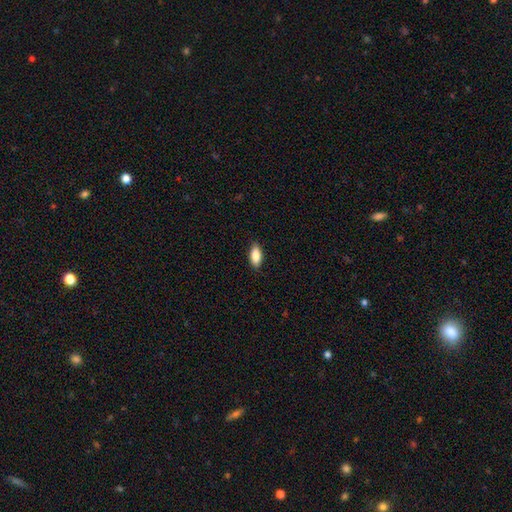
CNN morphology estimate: Q: Smooth or featured?
A: smooth (84%); runner-up: featured or disk (10%)
Q: How rounded?
A: in between (87%); runner-up: cigar-shaped (10%)
Q: Merging?
A: none (88%); runner-up: minor disturbance (9%)